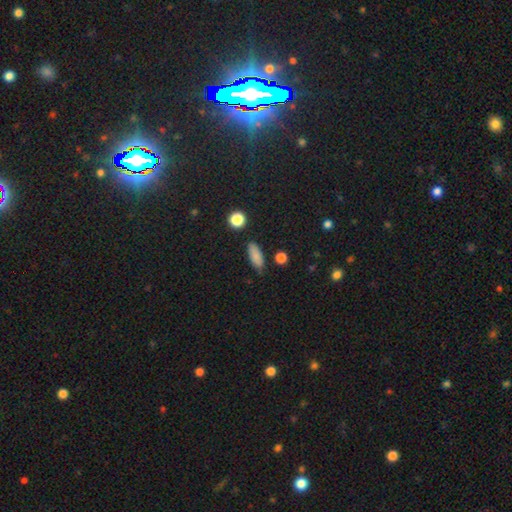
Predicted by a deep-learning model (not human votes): The model was most divided on "how rounded": in between: 71%, cigar-shaped: 24%, round: 4%. More confident: smooth or featured — smooth (84%); merging — none (80%).